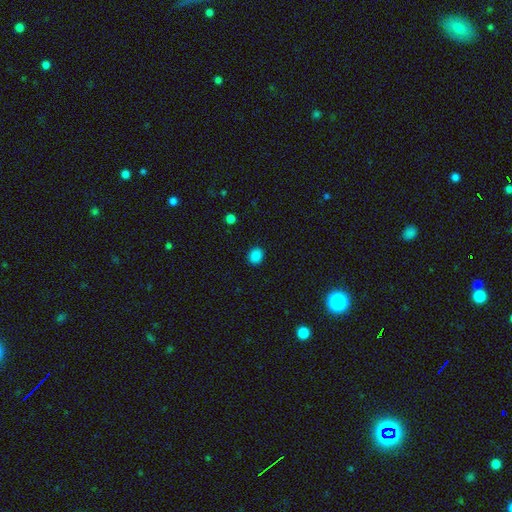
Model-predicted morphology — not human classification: smooth 86%, star or artifact 12%, featured or disk 3%. Down the decision tree: how rounded — round (73%); merging — none (90%).